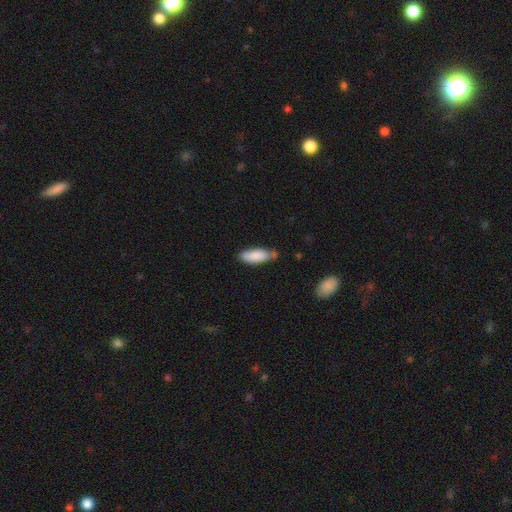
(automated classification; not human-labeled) This is clearly a smooth galaxy (85%). How rounded: likely in between (68%). Merging: likely none (62%).